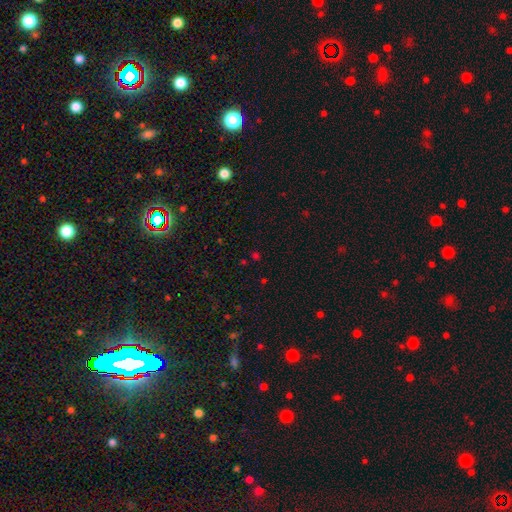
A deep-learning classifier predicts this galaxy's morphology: Smooth or featured? star or artifact (53%)